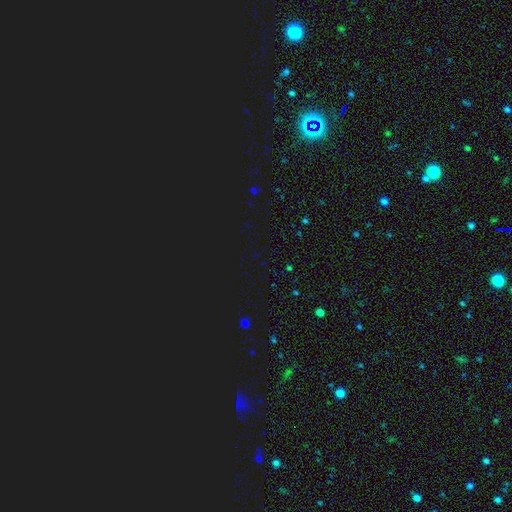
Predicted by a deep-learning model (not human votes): The model was most divided on "smooth or featured": star or artifact: 75%, smooth: 19%, featured or disk: 6%.